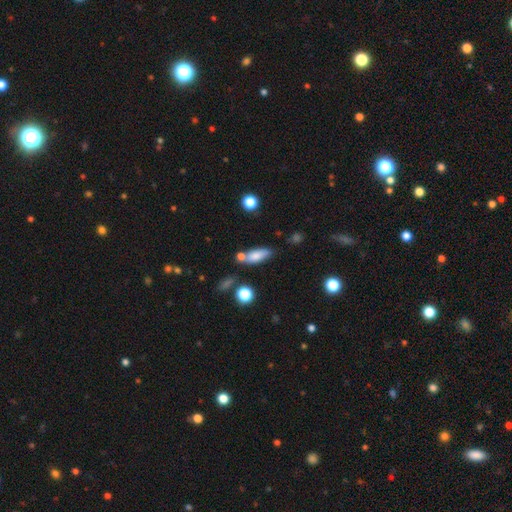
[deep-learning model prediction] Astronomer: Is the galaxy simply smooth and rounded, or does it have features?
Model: smooth — 77%.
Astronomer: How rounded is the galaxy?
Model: in between — 71%.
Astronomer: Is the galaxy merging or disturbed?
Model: none — 59%.